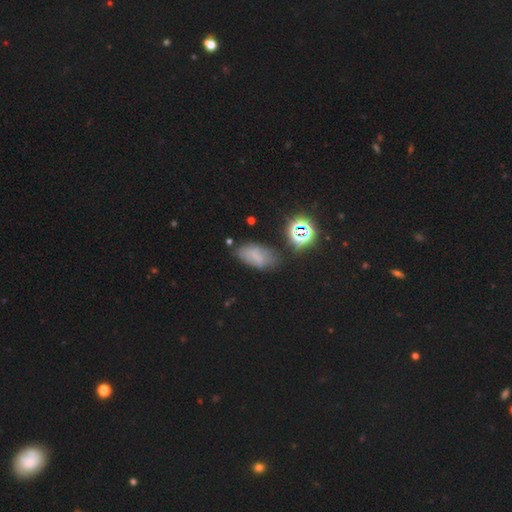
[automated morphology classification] Q: Smooth or featured?
A: smooth (56%); runner-up: featured or disk (23%)
Q: How rounded?
A: in between (91%); runner-up: round (5%)
Q: Merging?
A: none (63%); runner-up: minor disturbance (24%)